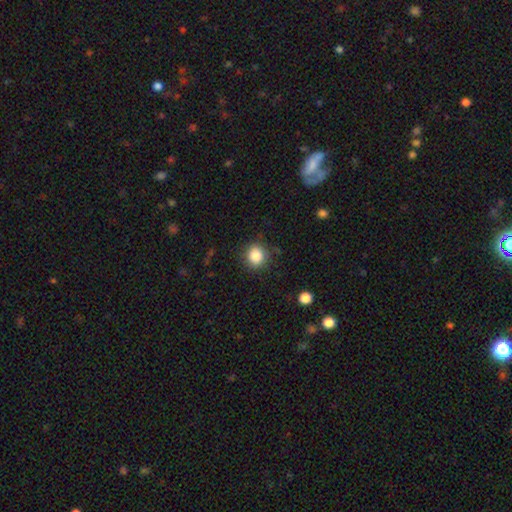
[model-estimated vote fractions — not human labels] The model was most divided on "how rounded": round: 85%, in between: 14%, cigar-shaped: 1%. More confident: merging — none (86%); smooth or featured — smooth (85%).